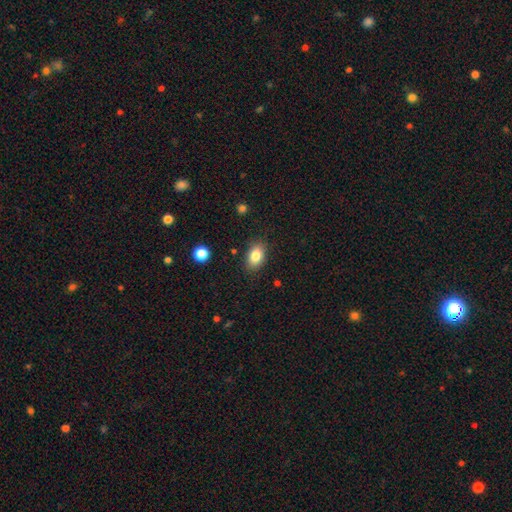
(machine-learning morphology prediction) The model was most divided on "how rounded": in between: 85%, round: 14%, cigar-shaped: 1%. More confident: merging — none (85%); smooth or featured — smooth (84%).